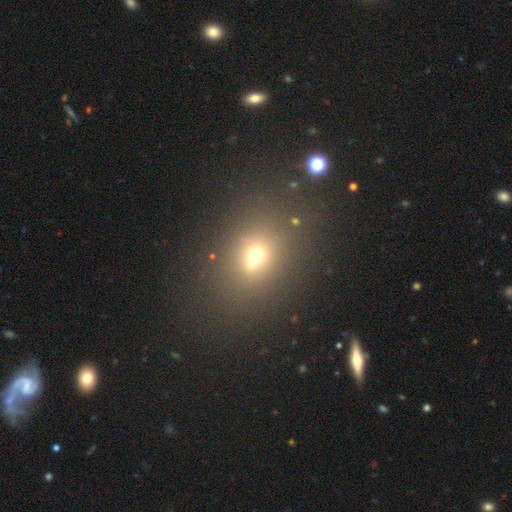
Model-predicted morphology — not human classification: A smooth galaxy with no disk features (58%) that is round (54%). Merging: none (52%).